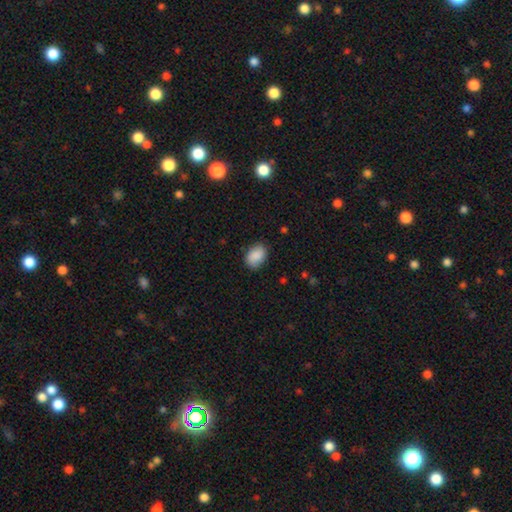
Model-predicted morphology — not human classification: Smooth or featured: smooth — 89% (star or artifact — 7%)
How rounded: in between — 78% (round — 21%)
Merging: none — 82% (minor disturbance — 14%)